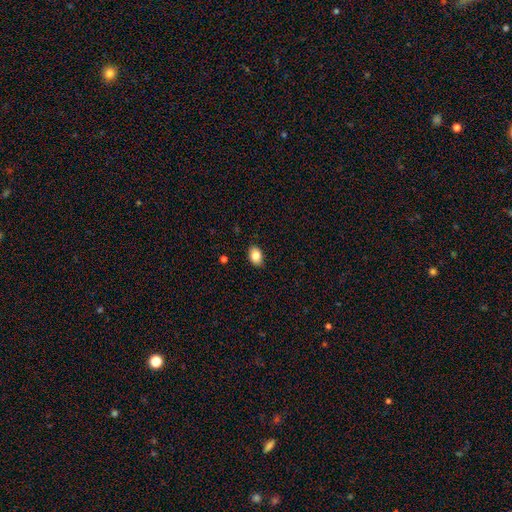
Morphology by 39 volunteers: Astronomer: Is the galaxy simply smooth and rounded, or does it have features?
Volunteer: smooth — 95%.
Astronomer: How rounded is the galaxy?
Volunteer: in between — 97%.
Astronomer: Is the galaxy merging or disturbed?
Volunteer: none — 87%.